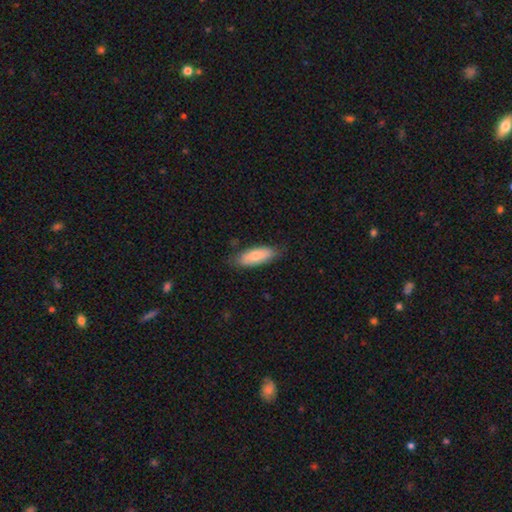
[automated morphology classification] Smooth or featured? smooth (76%)
How rounded? in between (70%)
Merging? none (77%)